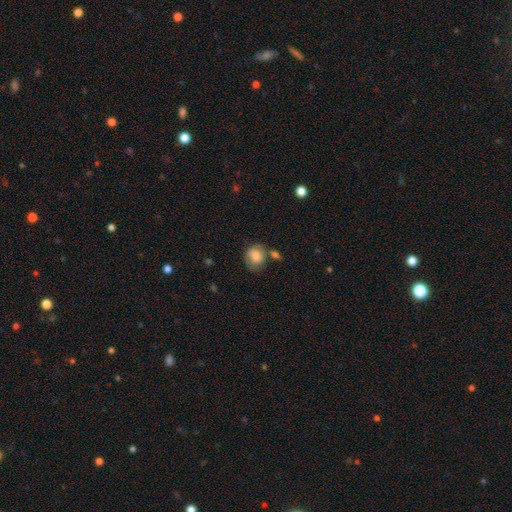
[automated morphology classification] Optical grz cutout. It shows a smooth galaxy with no disk features (76%) that is round (64%). Merging: none (48%).